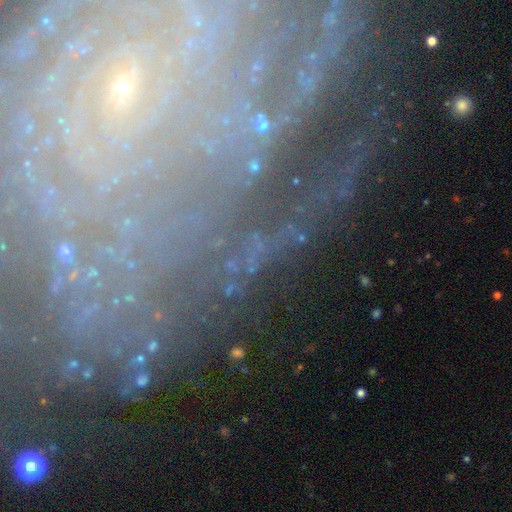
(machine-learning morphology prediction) featured or disk 49%, star or artifact 36%, smooth 15%. Down the decision tree: merging — none (70%).